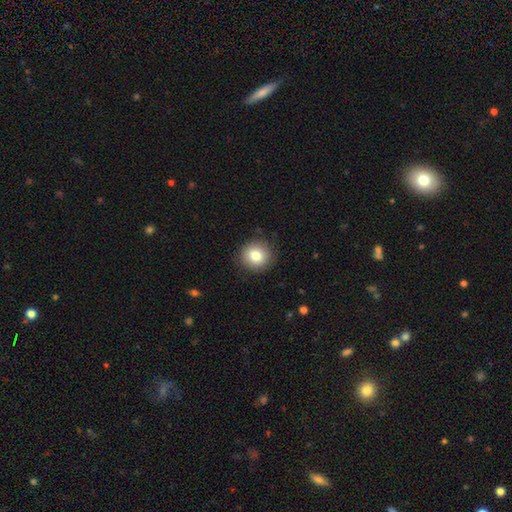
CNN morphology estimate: Smooth or featured: smooth — 80% (featured or disk — 10%)
How rounded: round — 92% (in between — 7%)
Merging: none — 89% (minor disturbance — 8%)